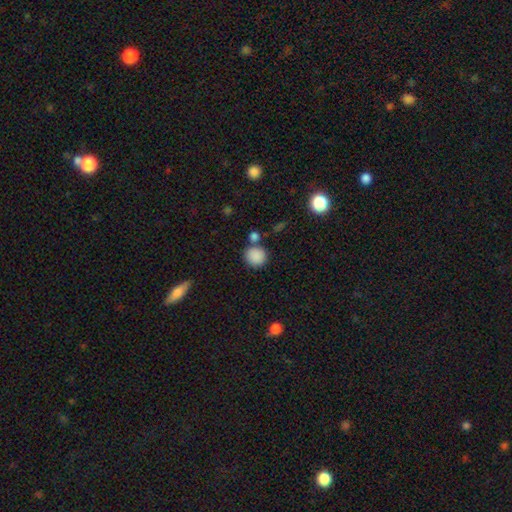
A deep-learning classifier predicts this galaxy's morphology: smooth_or_featured: smooth (p=0.87) [alt: star or artifact p=0.09]
how_rounded: round (p=0.89) [alt: in between p=0.10]
merging: none (p=0.74) [alt: merger p=0.12]